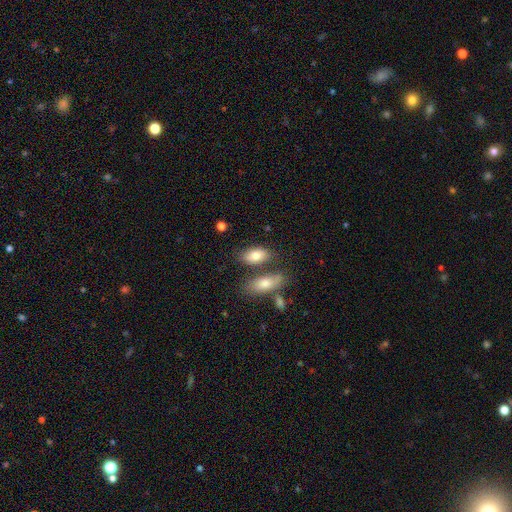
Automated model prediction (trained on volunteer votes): The model was most divided on "merging": none: 60%, merger: 20%, minor disturbance: 15%, major disturbance: 5%. More confident: how rounded — in between (91%); smooth or featured — smooth (80%).